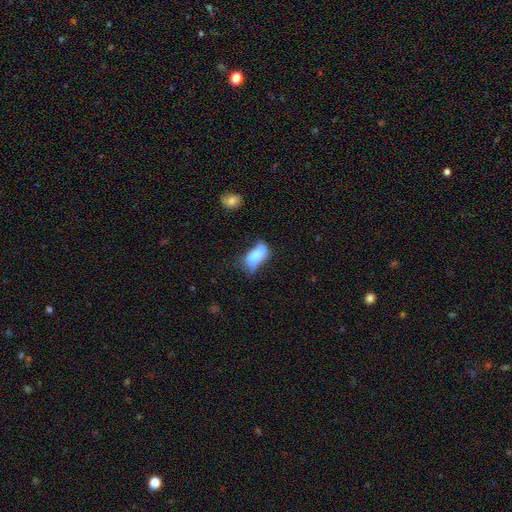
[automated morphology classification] Smooth or featured: smooth — 75% (featured or disk — 16%)
How rounded: in between — 91% (cigar-shaped — 5%)
Merging: minor disturbance — 36% (none — 33%)